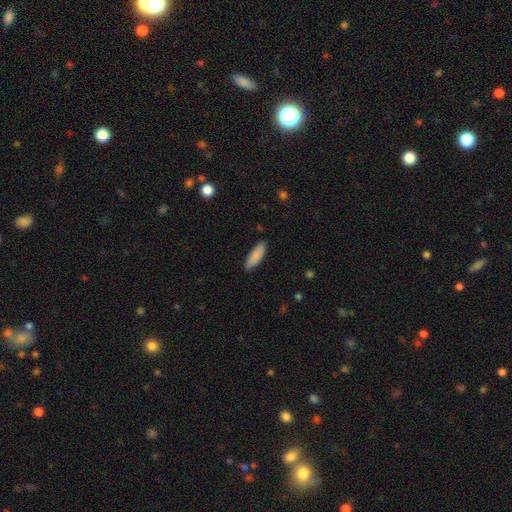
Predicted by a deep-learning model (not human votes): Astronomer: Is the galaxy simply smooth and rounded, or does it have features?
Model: smooth — 89%.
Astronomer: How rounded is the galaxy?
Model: in between — 51% (runner-up: cigar-shaped, 48%).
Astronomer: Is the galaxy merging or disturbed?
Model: none — 86%.